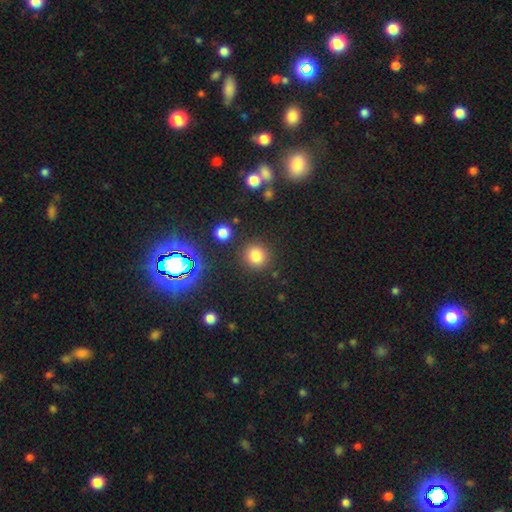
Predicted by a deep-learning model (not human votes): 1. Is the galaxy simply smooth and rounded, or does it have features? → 76% smooth, 18% star or artifact, 7% featured or disk.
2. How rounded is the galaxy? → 91% round, 8% in between, 1% cigar-shaped.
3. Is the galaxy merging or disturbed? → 87% none, 7% minor disturbance, 3% merger, 3% major disturbance.